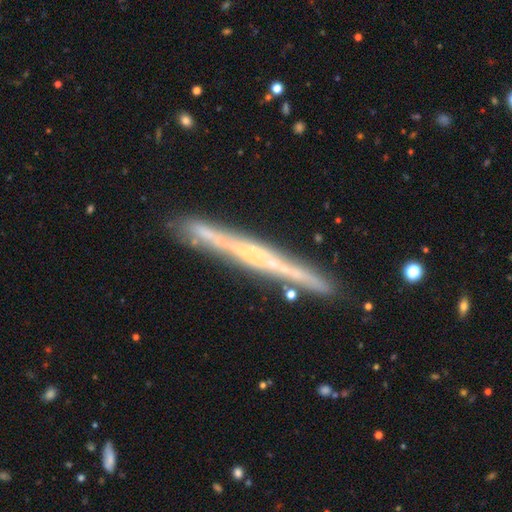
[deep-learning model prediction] smooth-or-featured: featured or disk: 74% | smooth: 20% | star or artifact: 6%
  disk-edge-on: yes: 97% | no: 3%
    edge-on-bulge: none: 71% | rounded: 19% | boxy: 10%
  merging: none: 88% | minor disturbance: 9% | merger: 2% | major disturbance: 2%